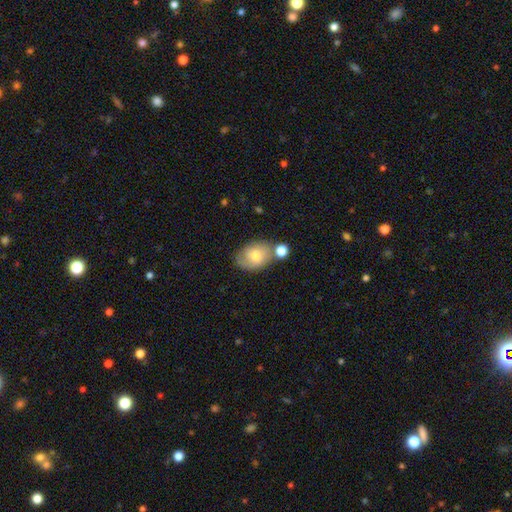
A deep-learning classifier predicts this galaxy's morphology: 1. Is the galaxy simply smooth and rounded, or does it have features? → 69% smooth, 23% featured or disk, 8% star or artifact.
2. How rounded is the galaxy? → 73% in between, 26% round, 1% cigar-shaped.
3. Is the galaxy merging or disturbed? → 57% none, 19% minor disturbance, 18% merger, 6% major disturbance.